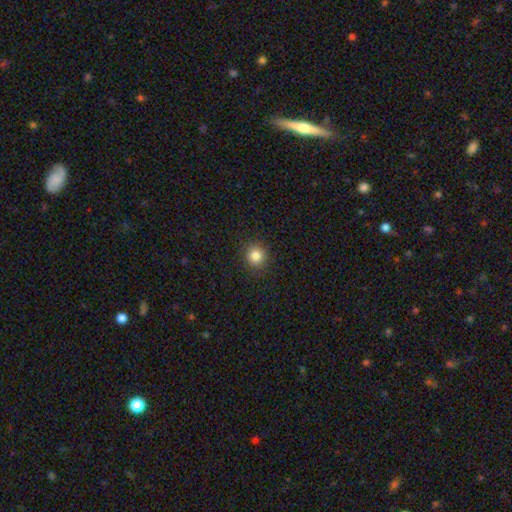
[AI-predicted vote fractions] smooth 83%, star or artifact 12%, featured or disk 5%. Down the decision tree: how rounded — round (92%); merging — none (91%).